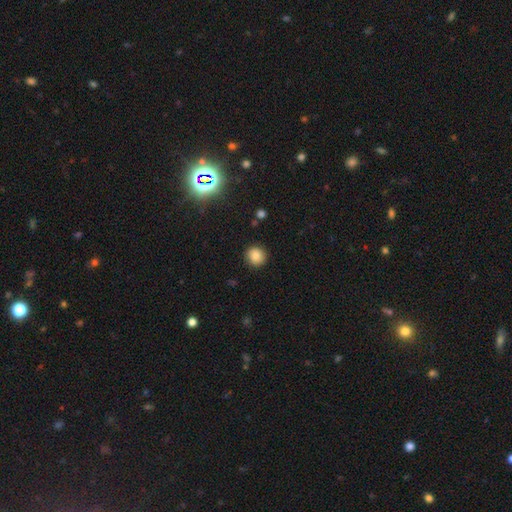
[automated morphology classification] smooth_or_featured: smooth (p=0.82) [alt: star or artifact p=0.11]
how_rounded: round (p=0.92) [alt: in between p=0.07]
merging: none (p=0.90) [alt: minor disturbance p=0.07]